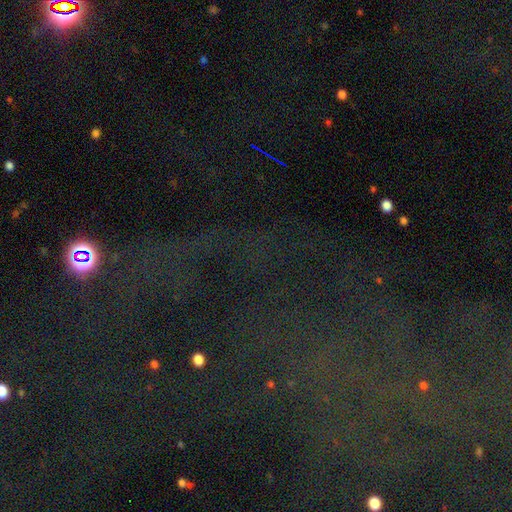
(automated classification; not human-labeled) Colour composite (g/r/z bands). It shows a star or artifact, not a galaxy (77%).